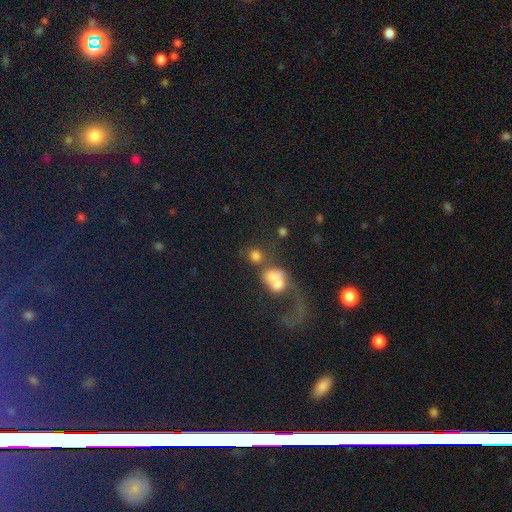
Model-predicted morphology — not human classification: The model was most divided on "merging": merger: 47%, none: 32%, major disturbance: 12%, minor disturbance: 8%. More confident: how rounded — round (74%); smooth or featured — smooth (71%).